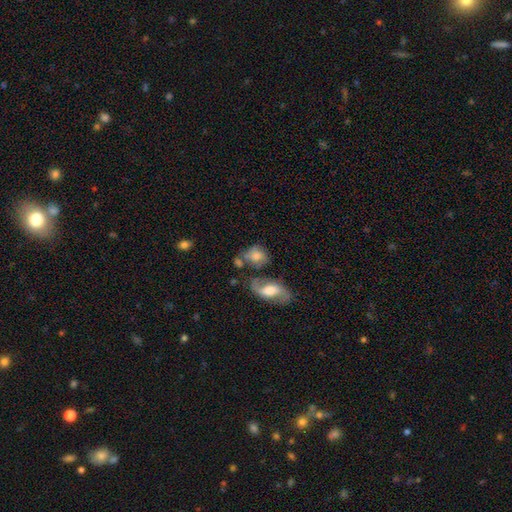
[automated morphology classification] Overall: smooth (61%; featured or disk 30%). How rounded: in between (61%; round 36%). Merging: none (44%; minor disturbance 23%).